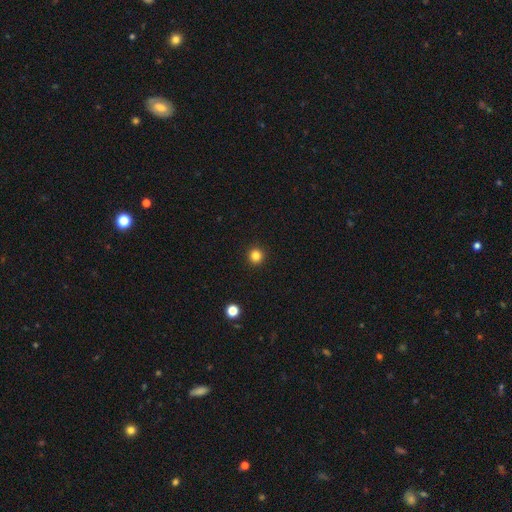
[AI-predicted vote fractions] Overall: smooth (83%). How rounded: round (95%). Merging: none (93%).